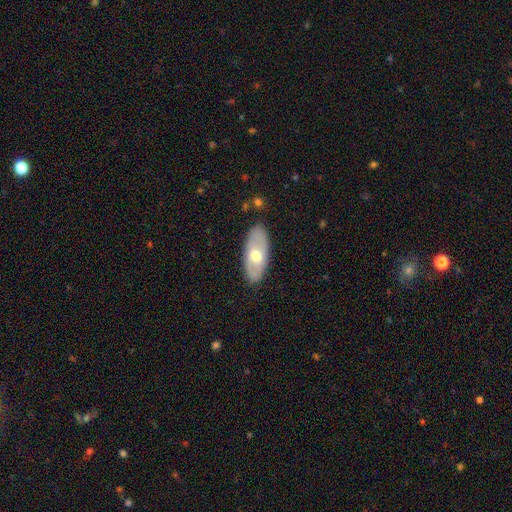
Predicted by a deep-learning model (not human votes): Q: Smooth or featured?
A: smooth (50%); runner-up: featured or disk (44%)
Q: Merging?
A: none (86%); runner-up: minor disturbance (10%)